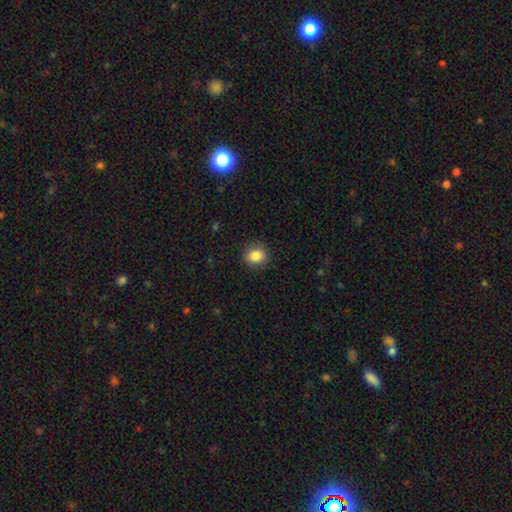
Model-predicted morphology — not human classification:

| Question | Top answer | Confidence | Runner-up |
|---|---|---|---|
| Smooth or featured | smooth | 86% | star or artifact (9%) |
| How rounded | round | 60% | in between (39%) |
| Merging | none | 89% | minor disturbance (8%) |